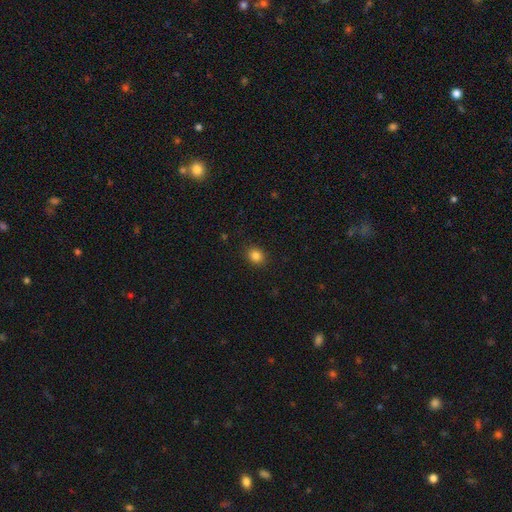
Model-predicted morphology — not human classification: Smooth or featured? smooth (84%)
How rounded? round (68%)
Merging? none (89%)